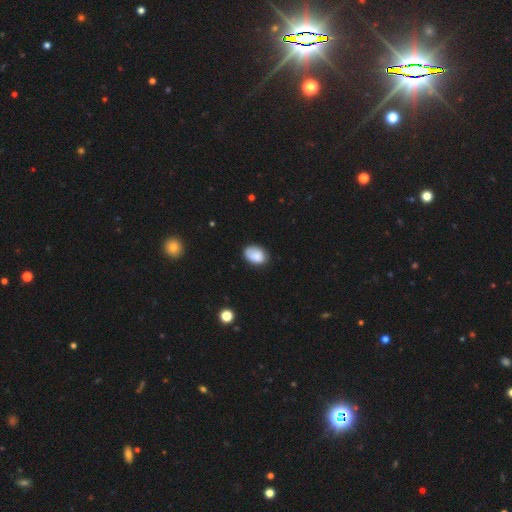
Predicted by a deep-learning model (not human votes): Overall: smooth (86%). How rounded: in between (85%). Merging: none (74%).